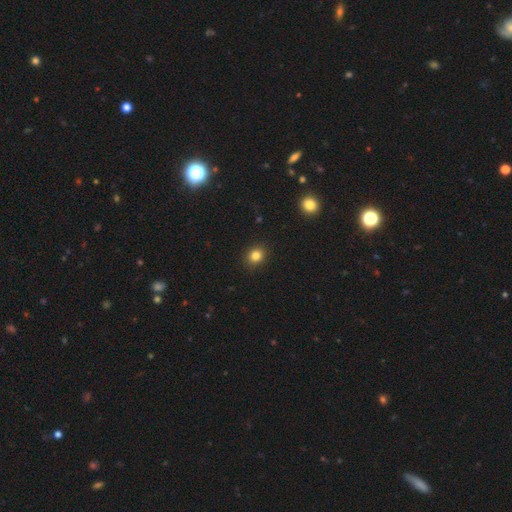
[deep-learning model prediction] smooth 83%, star or artifact 12%, featured or disk 5%. Down the decision tree: how rounded — round (72%); merging — none (90%).